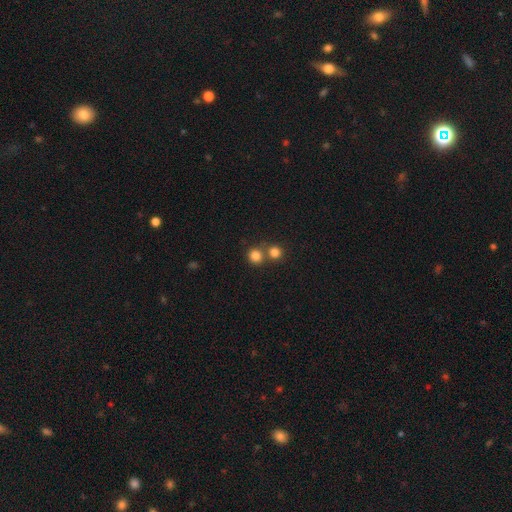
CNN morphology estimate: Overall: smooth (81%). How rounded: round (89%). Merging: none (60%; merger 31%).